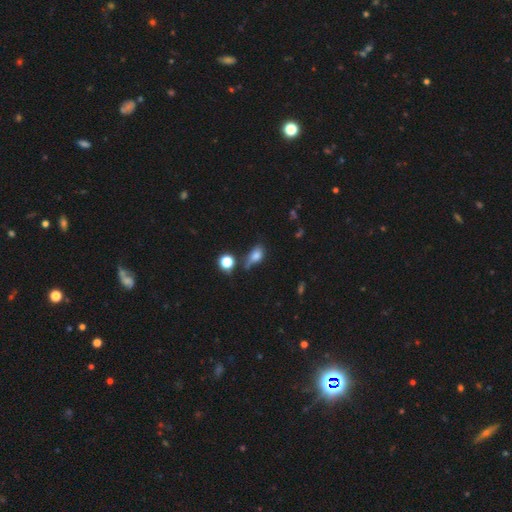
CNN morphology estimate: smooth 75%, star or artifact 13%, featured or disk 12%. Down the decision tree: how rounded — in between (75%); merging — none (39%).